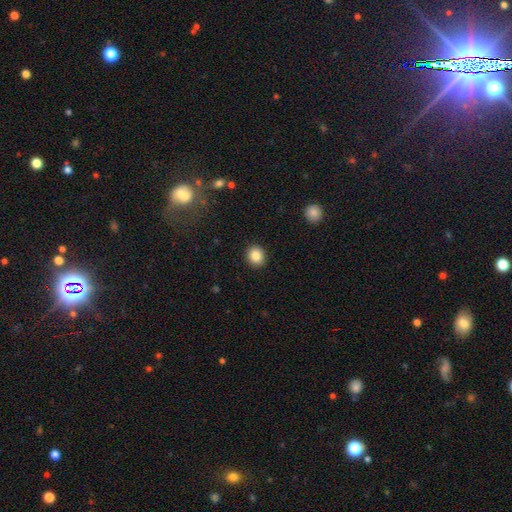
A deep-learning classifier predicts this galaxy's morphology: Smooth or featured: smooth — 86% (star or artifact — 9%)
How rounded: round — 79% (in between — 21%)
Merging: none — 91% (minor disturbance — 6%)